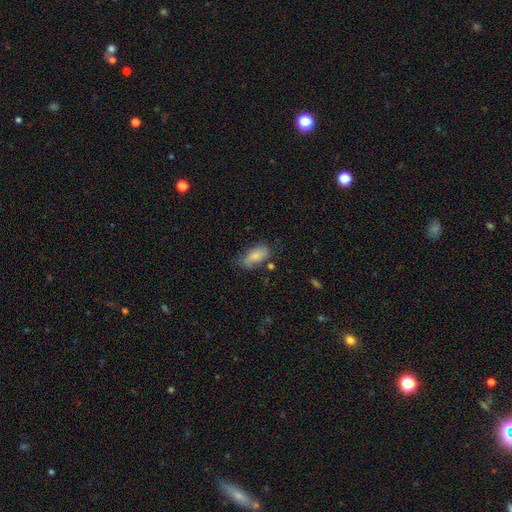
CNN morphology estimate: Smooth or featured?
  - smooth: 78% *
  - featured or disk: 15%
  - star or artifact: 7%
How rounded?
  - in between: 90% *
  - cigar-shaped: 7%
  - round: 3%
Merging?
  - none: 64% *
  - minor disturbance: 24%
  - major disturbance: 7%
  - merger: 5%